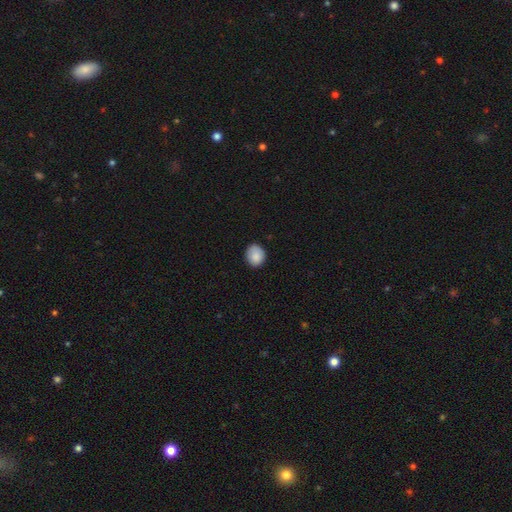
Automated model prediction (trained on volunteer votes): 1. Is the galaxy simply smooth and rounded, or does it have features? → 87% smooth, 8% star or artifact, 5% featured or disk.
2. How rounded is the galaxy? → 68% round, 31% in between, 1% cigar-shaped.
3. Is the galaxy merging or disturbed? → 80% none, 16% minor disturbance, 3% major disturbance, 1% merger.